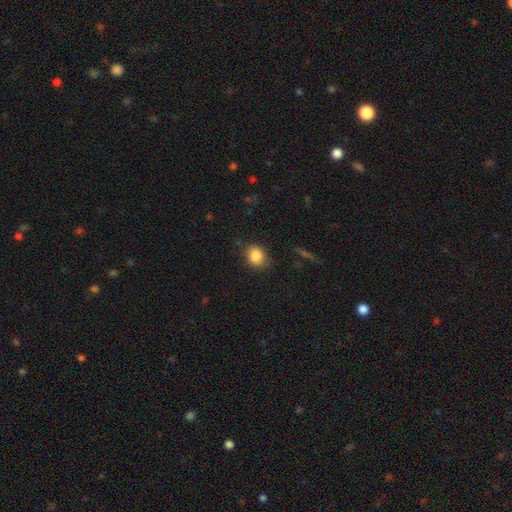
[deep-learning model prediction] Smooth or featured? Predicted: smooth (p=0.85). How rounded? Predicted: round (p=0.51). Merging? Predicted: none (p=0.77).